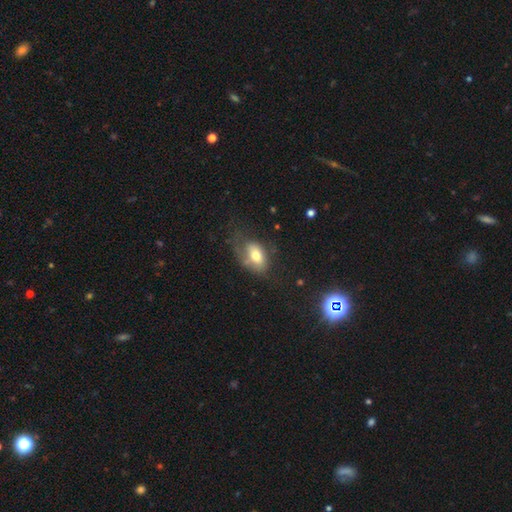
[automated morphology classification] Smooth or featured? smooth (66%)
How rounded? in between (87%)
Merging? none (42%)